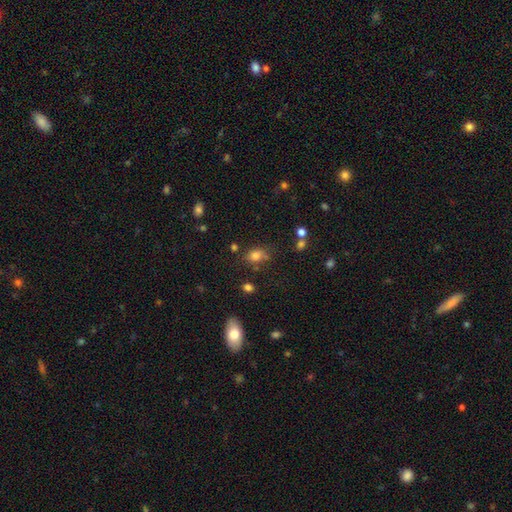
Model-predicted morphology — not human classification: type=smooth (78%); roundness=in between (70%); merging=none (66%).